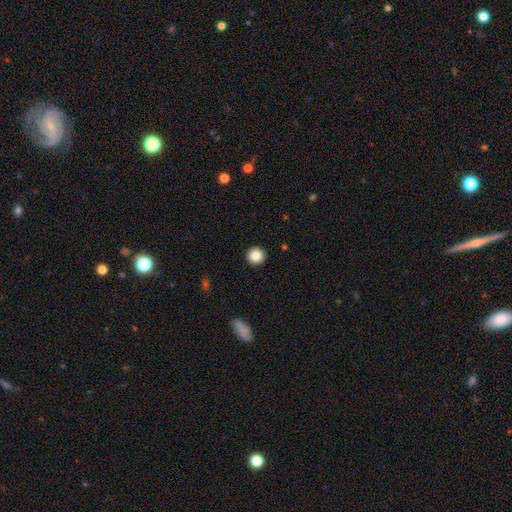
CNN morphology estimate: smooth 87%, star or artifact 9%, featured or disk 4%. Down the decision tree: how rounded — round (95%); merging — none (93%).